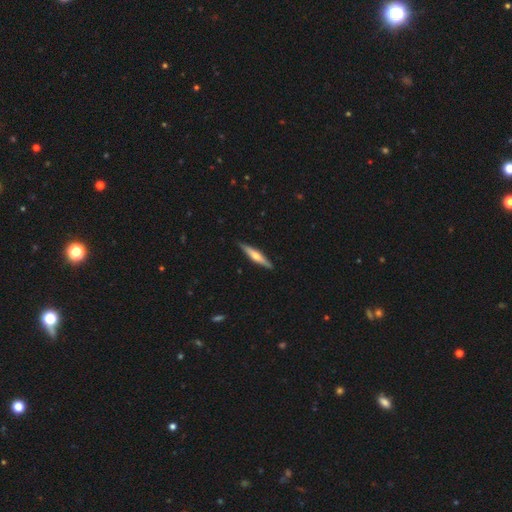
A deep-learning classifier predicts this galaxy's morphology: Smooth or featured? Predicted: featured or disk (p=0.57). Edge-on disk? Predicted: yes (p=0.96). Edge-on bulge? Predicted: rounded (p=0.86). Merging? Predicted: none (p=0.90).